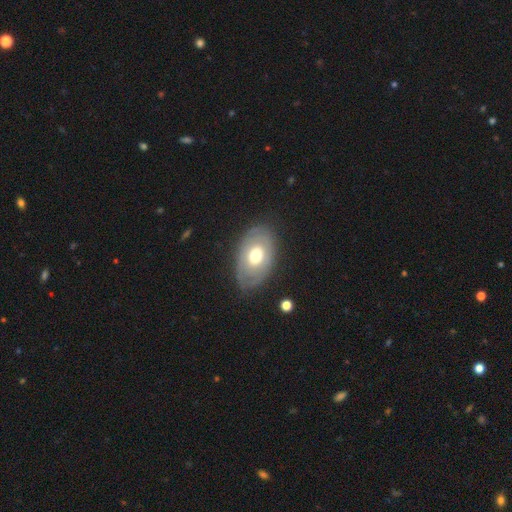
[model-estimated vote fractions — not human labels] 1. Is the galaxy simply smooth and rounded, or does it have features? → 47% smooth, 46% featured or disk, 6% star or artifact.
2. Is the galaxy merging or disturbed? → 79% none, 15% minor disturbance, 5% major disturbance, 1% merger.